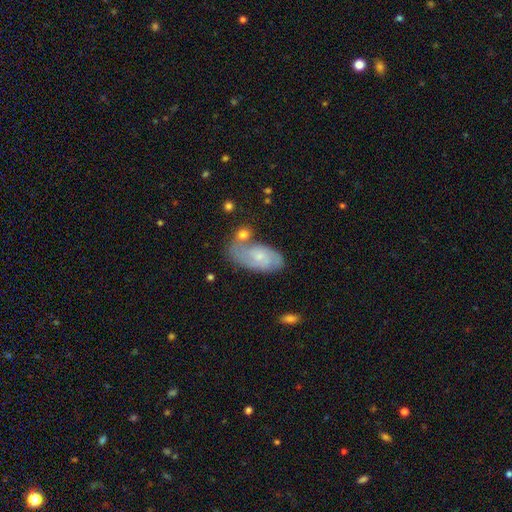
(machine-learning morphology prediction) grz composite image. It shows a featured or disk galaxy (56%) with no bar (71%), spiral arms (78%) and a small central bulge (60%). Merging: none (61%).